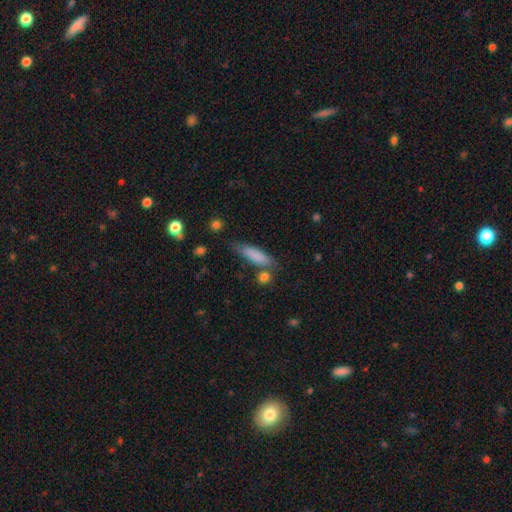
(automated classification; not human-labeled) Overall: smooth (83%). How rounded: cigar-shaped (66%; in between 31%). Merging: none (70%).